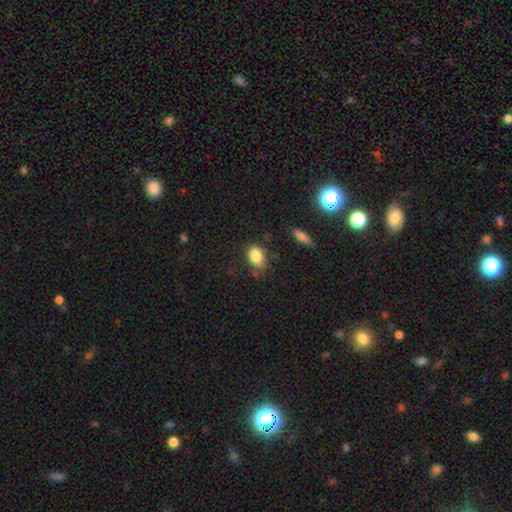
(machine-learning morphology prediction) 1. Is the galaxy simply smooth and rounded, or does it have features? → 84% smooth, 9% star or artifact, 7% featured or disk.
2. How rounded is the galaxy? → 78% in between, 21% round, 2% cigar-shaped.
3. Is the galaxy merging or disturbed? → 66% none, 24% minor disturbance, 6% major disturbance, 4% merger.